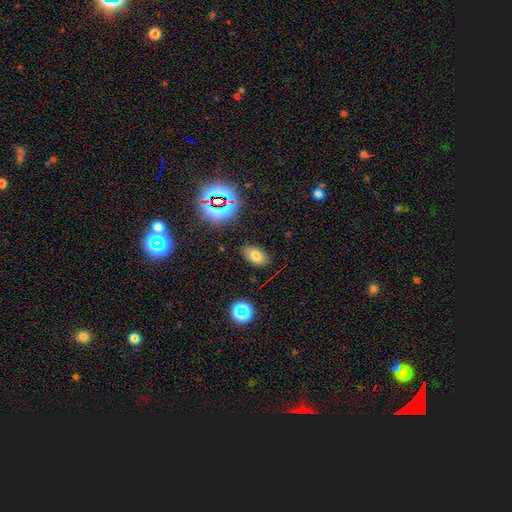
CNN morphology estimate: This is likely a smooth galaxy (71%). How rounded: clearly in between (89%). Merging: clearly none (82%).